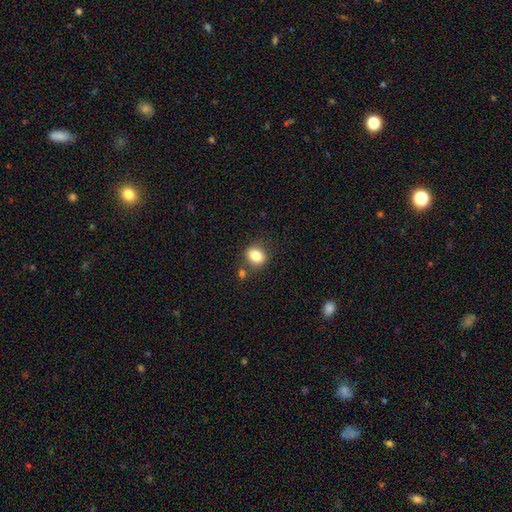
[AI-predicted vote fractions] A smooth galaxy with no disk features (82%) that is round (57%). Merging: none (75%).